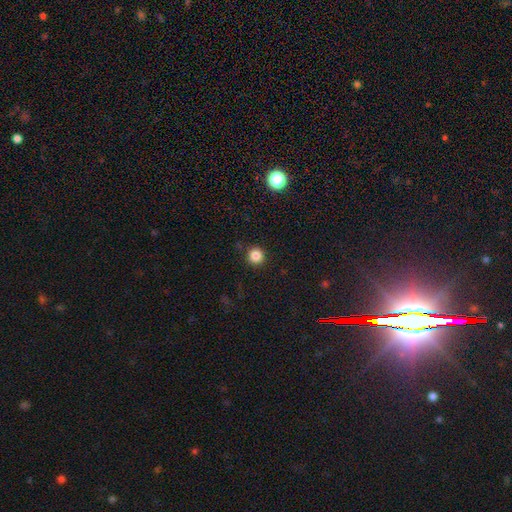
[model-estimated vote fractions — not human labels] Smooth or featured?
  - smooth: 84% *
  - star or artifact: 12%
  - featured or disk: 4%
How rounded?
  - round: 95% *
  - in between: 4%
  - cigar-shaped: 1%
Merging?
  - none: 90% *
  - minor disturbance: 6%
  - major disturbance: 2%
  - merger: 2%